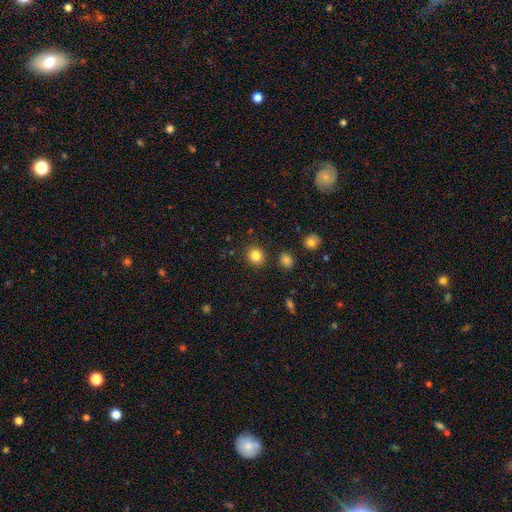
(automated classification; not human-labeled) Smooth or featured? Predicted: smooth (p=0.84). How rounded? Predicted: round (p=0.79). Merging? Predicted: none (p=0.89).